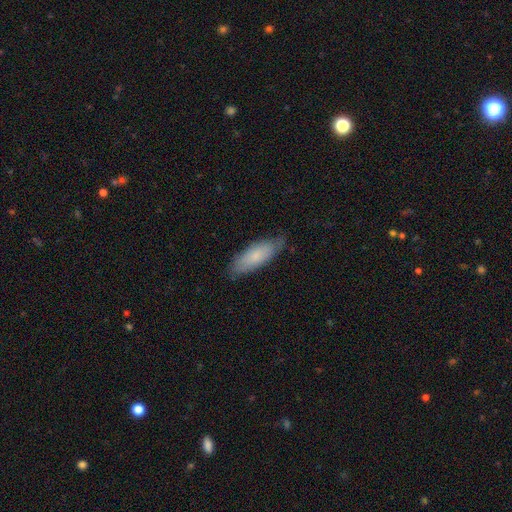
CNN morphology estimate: Smooth or featured?
  - smooth: 74% *
  - featured or disk: 20%
  - star or artifact: 6%
How rounded?
  - in between: 63% *
  - cigar-shaped: 36%
  - round: 2%
Merging?
  - none: 75% *
  - minor disturbance: 21%
  - major disturbance: 3%
  - merger: 1%